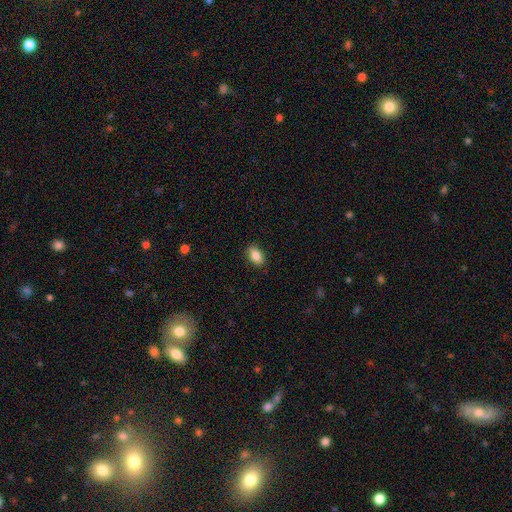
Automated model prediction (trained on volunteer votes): Smooth or featured? Predicted: smooth (p=0.84). How rounded? Predicted: in between (p=0.90). Merging? Predicted: none (p=0.87).